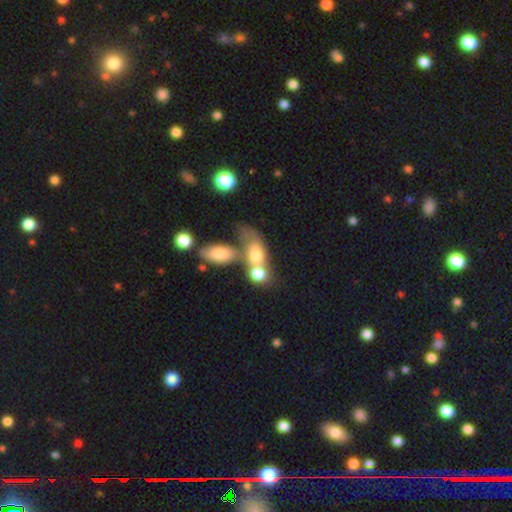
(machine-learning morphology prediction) Q: Smooth or featured?
A: smooth (65%); runner-up: featured or disk (24%)
Q: How rounded?
A: in between (66%); runner-up: round (28%)
Q: Merging?
A: merger (66%); runner-up: none (17%)